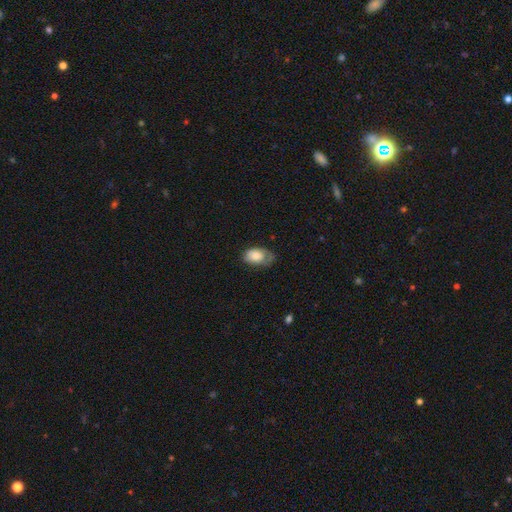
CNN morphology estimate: smooth-or-featured: smooth: 70% | featured or disk: 23% | star or artifact: 7%
  how-rounded: in between: 89% | round: 9% | cigar-shaped: 1%
  merging: none: 45% | minor disturbance: 36% | major disturbance: 18% | merger: 2%